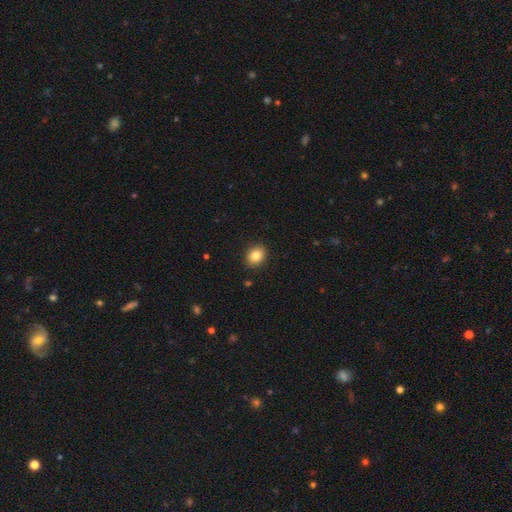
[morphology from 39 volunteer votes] Q: Smooth or featured?
A: smooth (95%); runner-up: star or artifact (5%)
Q: How rounded?
A: in between (57%); runner-up: round (43%)
Q: Merging?
A: none (92%); runner-up: major disturbance (5%)